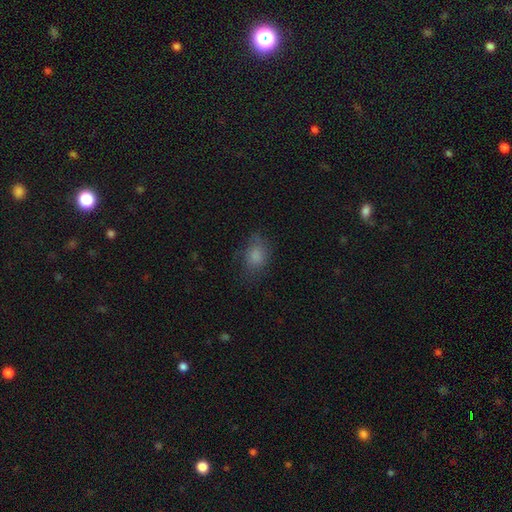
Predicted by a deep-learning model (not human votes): smooth-or-featured: smooth: 78% | featured or disk: 12% | star or artifact: 11%
  how-rounded: in between: 73% | round: 26% | cigar-shaped: 2%
  merging: none: 62% | minor disturbance: 24% | major disturbance: 13% | merger: 1%